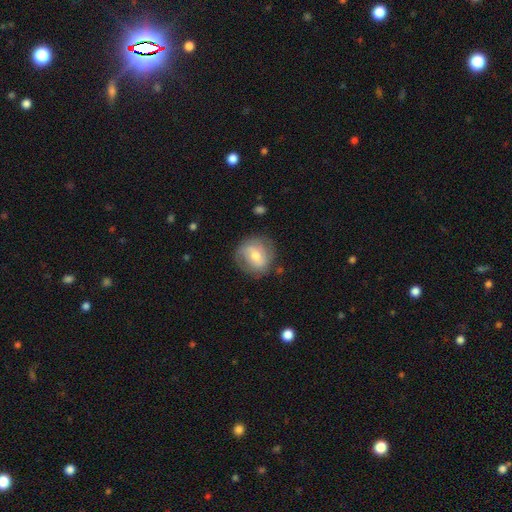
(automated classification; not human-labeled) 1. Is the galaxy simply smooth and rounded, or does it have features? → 50% featured or disk, 43% smooth, 7% star or artifact.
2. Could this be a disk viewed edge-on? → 96% no, 4% yes.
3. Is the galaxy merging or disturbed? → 76% none, 16% minor disturbance, 6% major disturbance, 1% merger.